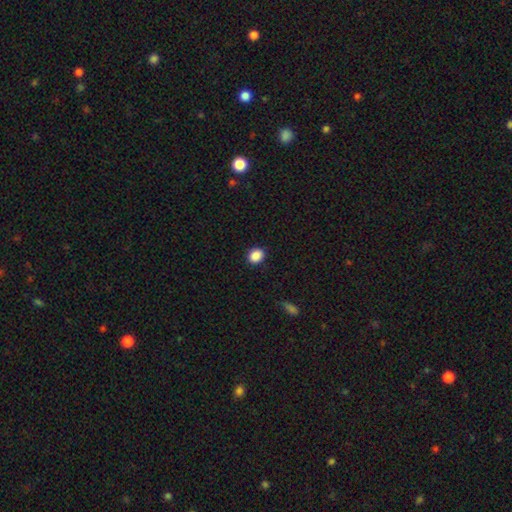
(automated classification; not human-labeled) Smooth or featured: smooth — 89% (star or artifact — 9%)
How rounded: round — 57% (in between — 42%)
Merging: none — 90% (minor disturbance — 7%)